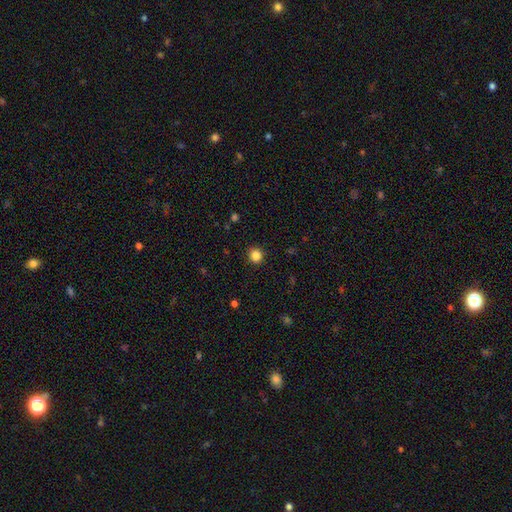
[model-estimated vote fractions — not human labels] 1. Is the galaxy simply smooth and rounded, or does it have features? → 85% smooth, 12% star or artifact, 4% featured or disk.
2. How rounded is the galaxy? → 90% round, 10% in between, 1% cigar-shaped.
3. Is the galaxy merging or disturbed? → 91% none, 6% minor disturbance, 2% major disturbance, 1% merger.